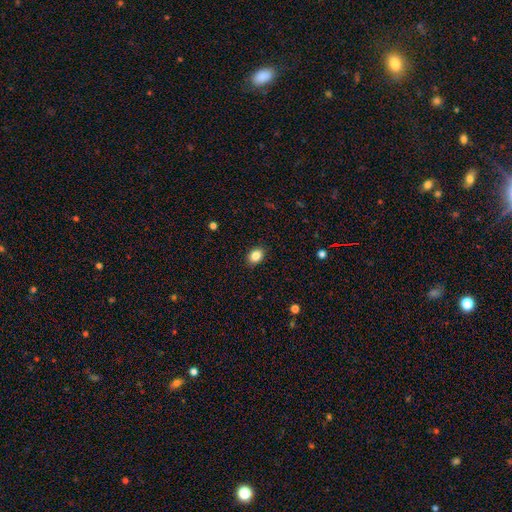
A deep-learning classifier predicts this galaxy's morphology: This is clearly a smooth galaxy (85%). How rounded: likely in between (62%). Merging: clearly none (89%).